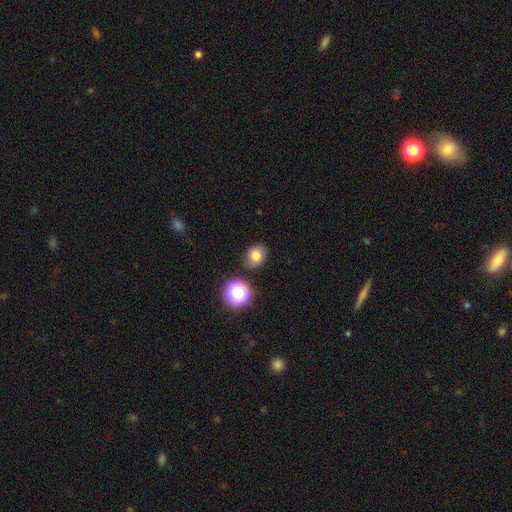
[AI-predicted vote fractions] This is likely a smooth galaxy (77%). How rounded: likely round (60%). Merging: clearly none (83%).